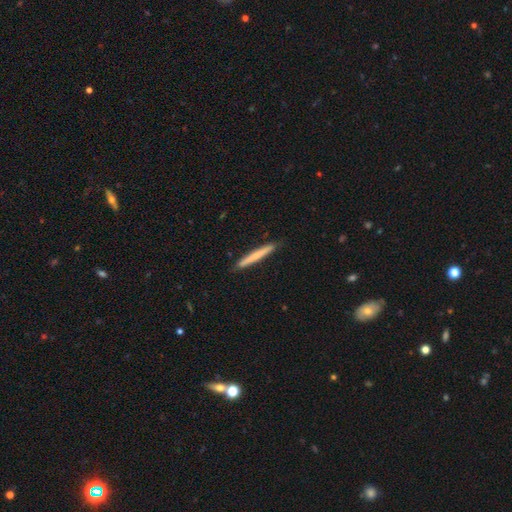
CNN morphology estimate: The model was most divided on "smooth or featured": smooth: 68%, featured or disk: 27%, star or artifact: 5%. More confident: how rounded — cigar-shaped (97%); merging — none (91%).